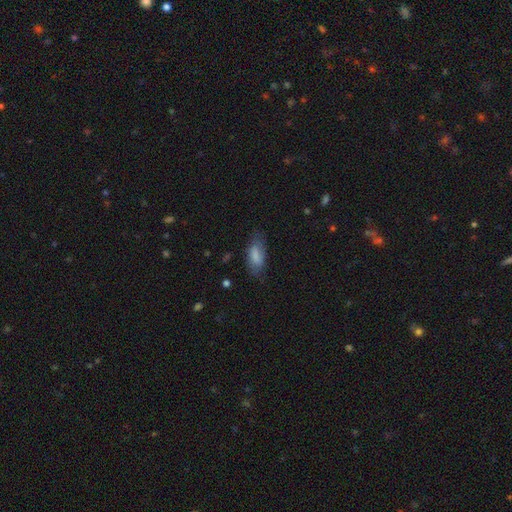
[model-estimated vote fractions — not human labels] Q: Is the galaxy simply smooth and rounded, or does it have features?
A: smooth — 74%.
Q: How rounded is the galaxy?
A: in between — 84%.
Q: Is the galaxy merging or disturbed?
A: none — 67%.